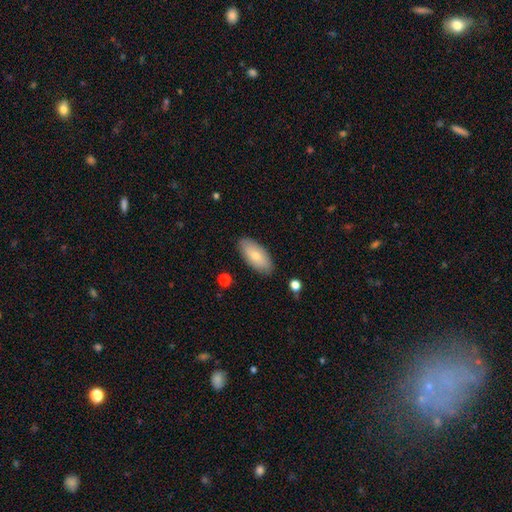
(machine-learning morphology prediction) A smooth galaxy with no disk features (73%) that is in between round and cigar-shaped (90%).

Vote fractions:
- Smooth or featured? smooth: 73% / featured or disk: 21% / star or artifact: 6%
- How rounded? in between: 90% / cigar-shaped: 8% / round: 2%
- Merging? none: 86% / minor disturbance: 10% / major disturbance: 2% / merger: 1%